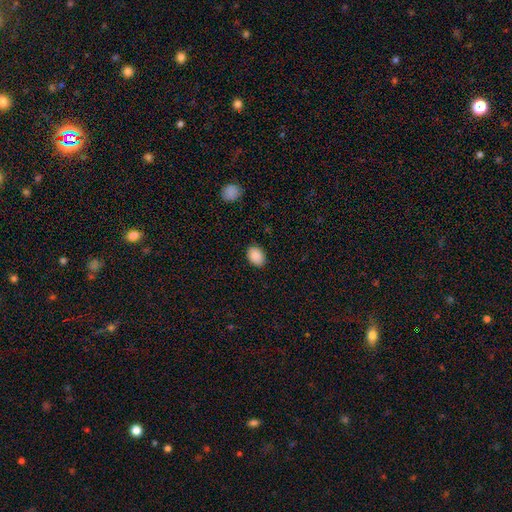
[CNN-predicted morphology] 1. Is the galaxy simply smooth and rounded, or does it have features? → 89% smooth, 8% star or artifact, 3% featured or disk.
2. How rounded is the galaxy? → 76% in between, 24% round, 1% cigar-shaped.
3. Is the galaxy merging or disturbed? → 86% none, 10% minor disturbance, 2% major disturbance, 1% merger.